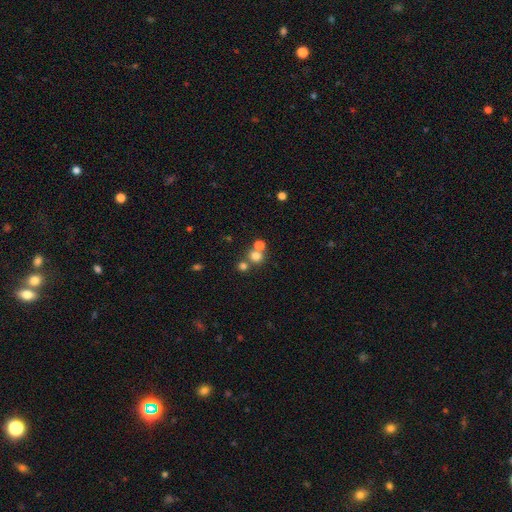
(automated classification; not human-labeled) Smooth or featured? smooth (73%)
How rounded? round (80%)
Merging? none (51%)